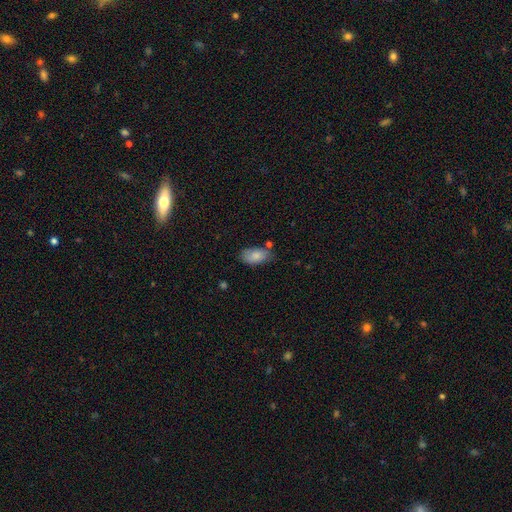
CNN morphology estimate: A smooth galaxy with no disk features (83%) that is in between round and cigar-shaped (93%).

Vote fractions:
- Smooth or featured? smooth: 83% / featured or disk: 10% / star or artifact: 7%
- How rounded? in between: 93% / round: 4% / cigar-shaped: 2%
- Merging? none: 66% / minor disturbance: 24% / merger: 6% / major disturbance: 5%